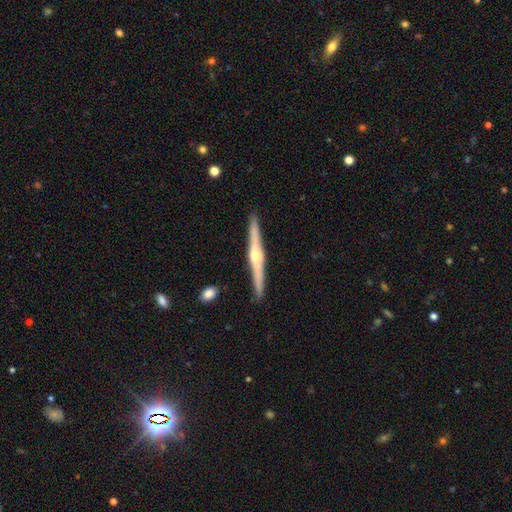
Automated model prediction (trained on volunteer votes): A featured or disk galaxy (79%) viewed edge-on (98%) with a rounded central bulge (87%).

Vote fractions:
- Smooth or featured? featured or disk: 79% / smooth: 16% / star or artifact: 6%
- Edge-on disk? yes: 98% / no: 2%
- Edge-on bulge? rounded: 87% / boxy: 7% / none: 6%
- Merging? none: 91% / minor disturbance: 7% / merger: 1% / major disturbance: 1%